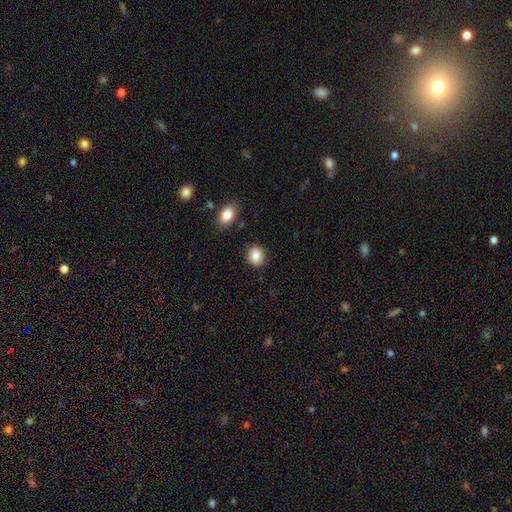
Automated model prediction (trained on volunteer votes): Overall: smooth (85%). How rounded: round (69%; in between 30%). Merging: none (88%).